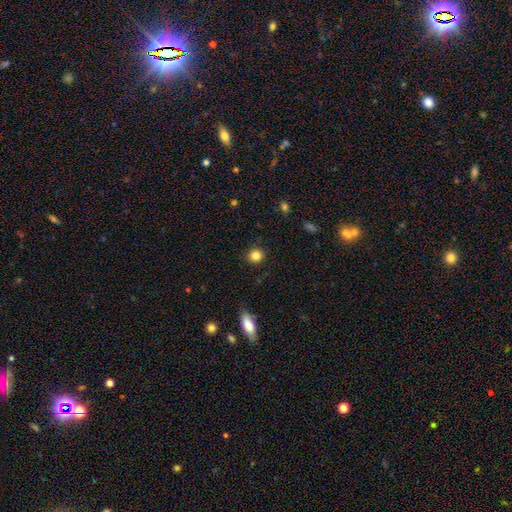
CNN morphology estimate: A smooth galaxy with no disk features (85%) that is round (89%). Merging: none (90%).